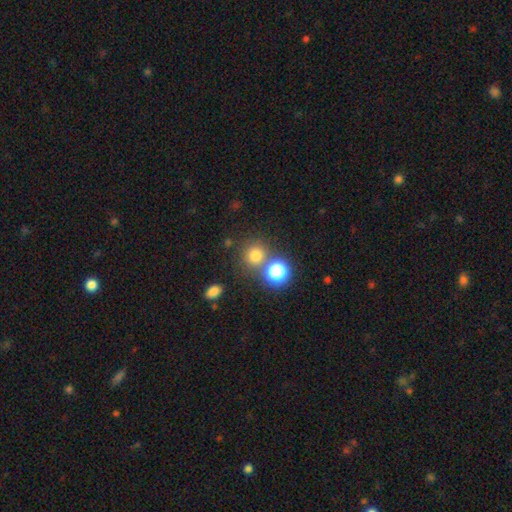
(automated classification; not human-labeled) Overall: smooth (73%). How rounded: round (90%). Merging: none (70%).